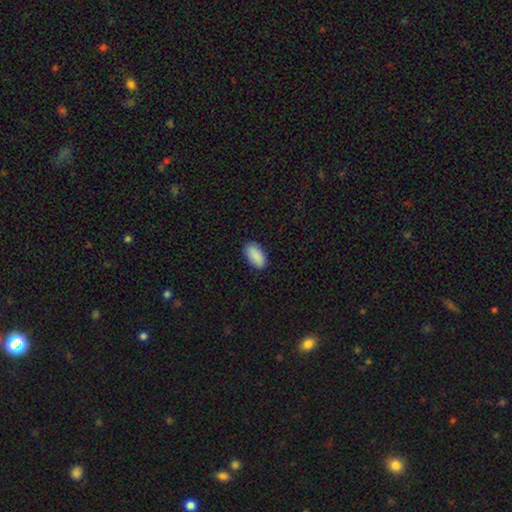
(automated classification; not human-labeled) Morphology: type=smooth (91%); roundness=in between (94%); merging=none (88%).